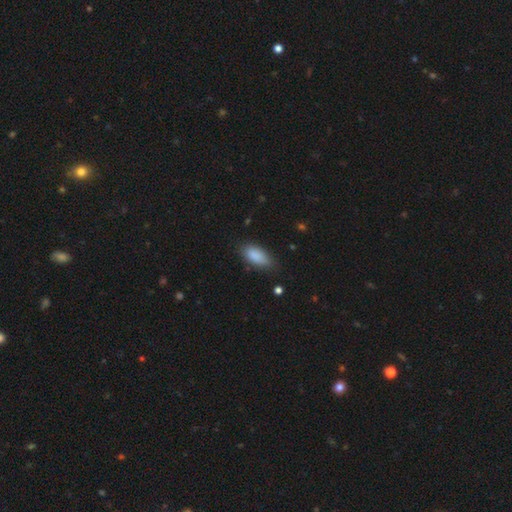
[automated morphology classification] Q: Smooth or featured?
A: smooth (88%); runner-up: star or artifact (7%)
Q: How rounded?
A: in between (87%); runner-up: cigar-shaped (10%)
Q: Merging?
A: none (78%); runner-up: minor disturbance (17%)